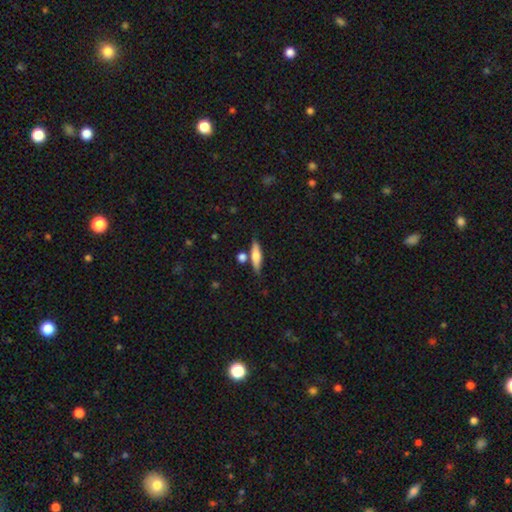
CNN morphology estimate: The model was most divided on "smooth or featured": smooth: 64%, featured or disk: 30%, star or artifact: 7%. More confident: merging — none (75%); how rounded — cigar-shaped (67%).